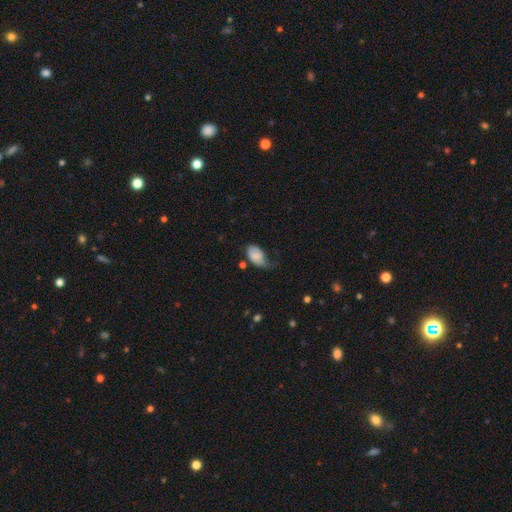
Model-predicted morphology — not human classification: smooth_or_featured: smooth (p=0.72) [alt: featured or disk p=0.20]
how_rounded: in between (p=0.90) [alt: round p=0.08]
merging: minor disturbance (p=0.39) [alt: major disturbance p=0.33]